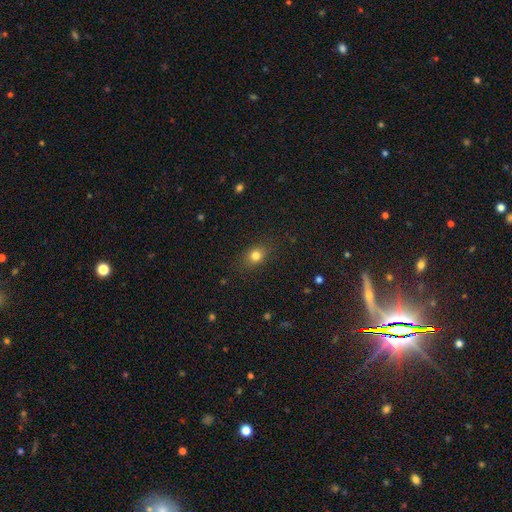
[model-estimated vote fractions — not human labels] The model was most divided on "how rounded" (2-way tie): round: 49%, in between: 49%, cigar-shaped: 2%. More confident: merging — none (84%); smooth or featured — smooth (80%).